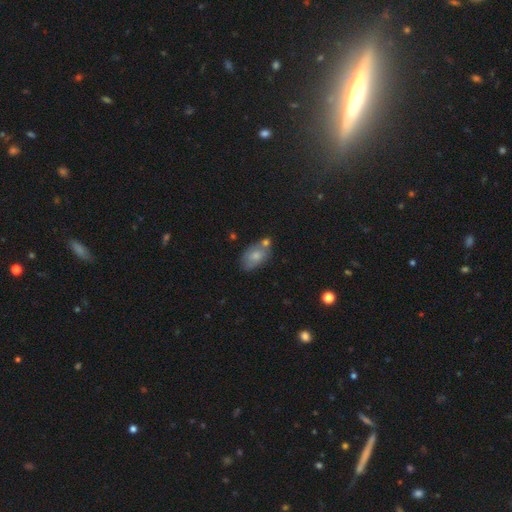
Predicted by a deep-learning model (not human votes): This is likely a smooth galaxy (70%). How rounded: clearly in between (91%). Merging: possibly none (51%).